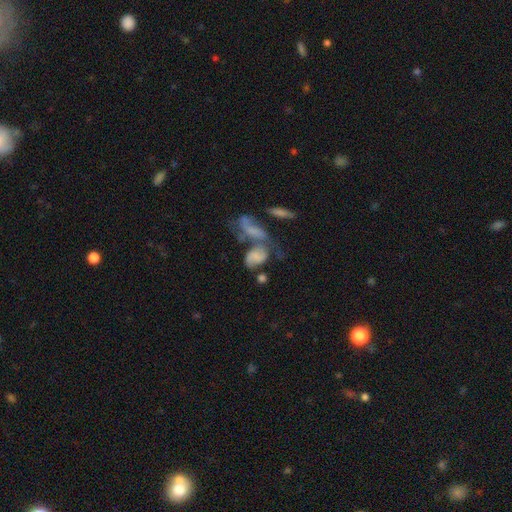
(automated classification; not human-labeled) This appears to be a featured or disk galaxy (44%). Merging: merger (52%).